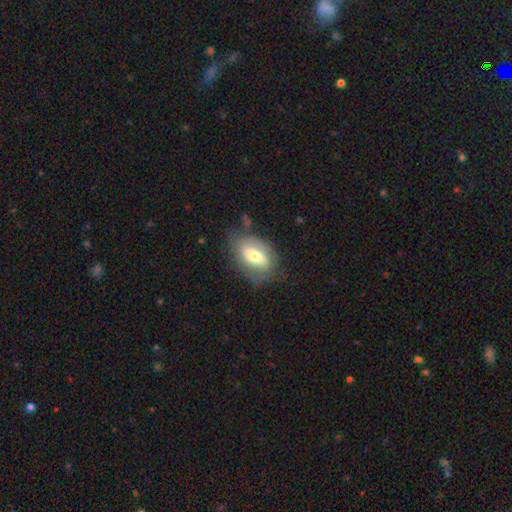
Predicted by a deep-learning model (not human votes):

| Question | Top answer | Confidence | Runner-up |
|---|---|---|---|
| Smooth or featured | smooth | 48% | featured or disk (46%) |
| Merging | none | 65% | minor disturbance (22%) |